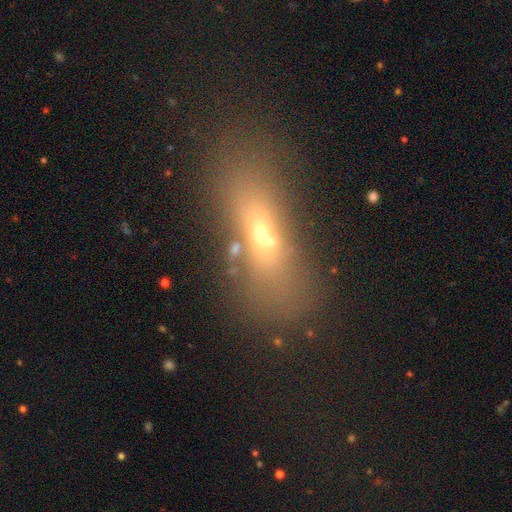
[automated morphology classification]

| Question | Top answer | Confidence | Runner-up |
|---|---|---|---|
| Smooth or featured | smooth | 51% | featured or disk (27%) |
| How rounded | in between | 62% | cigar-shaped (29%) |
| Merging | none | 52% | merger (18%) |